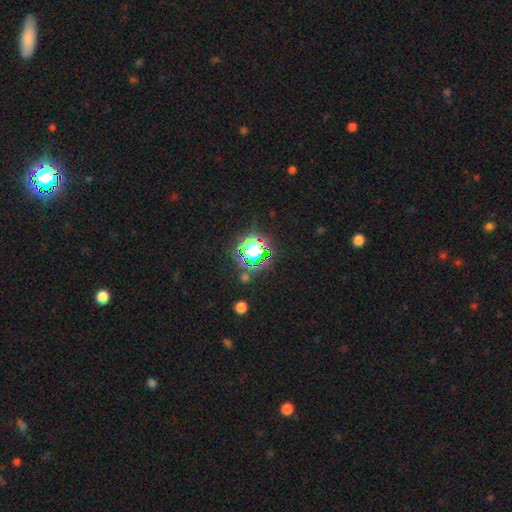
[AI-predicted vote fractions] Q: Smooth or featured?
A: star or artifact (79%); runner-up: smooth (14%)